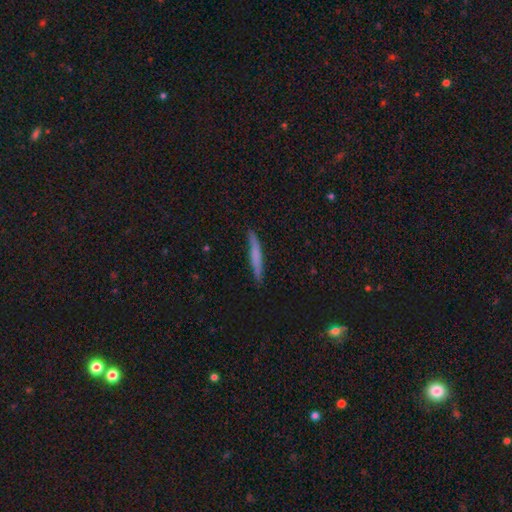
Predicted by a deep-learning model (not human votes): This is likely a smooth galaxy (62%). How rounded: clearly cigar-shaped (95%). Merging: clearly none (85%).